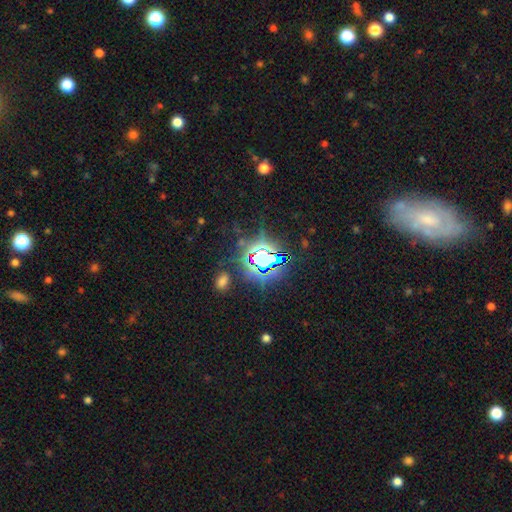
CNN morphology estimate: The model was most divided on "smooth or featured": star or artifact: 79%, smooth: 13%, featured or disk: 9%.